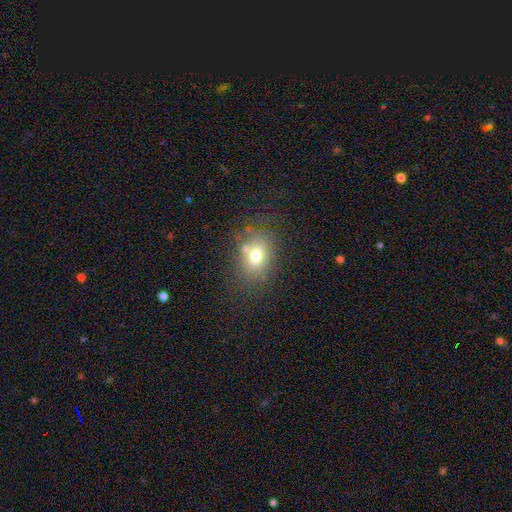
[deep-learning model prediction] Morphology: type=smooth (69%); roundness=in between (61%); merging=none (67%).